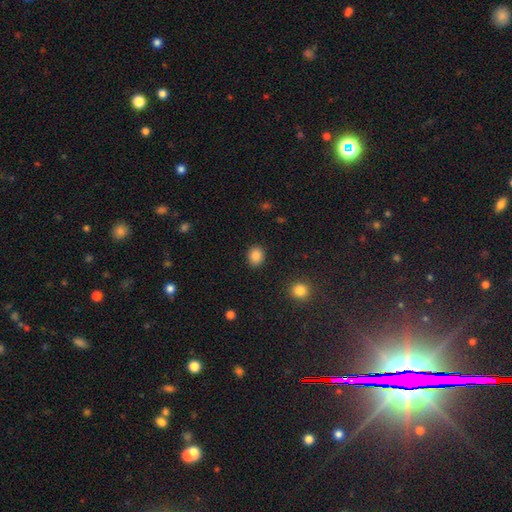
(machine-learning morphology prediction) Overall: smooth (87%). How rounded: round (65%; in between 34%). Merging: none (90%).